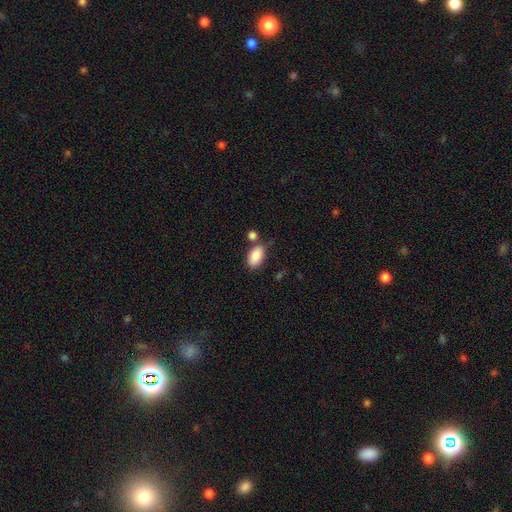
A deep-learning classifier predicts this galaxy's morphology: smooth 88%, star or artifact 7%, featured or disk 5%. Down the decision tree: how rounded — in between (93%); merging — none (63%).